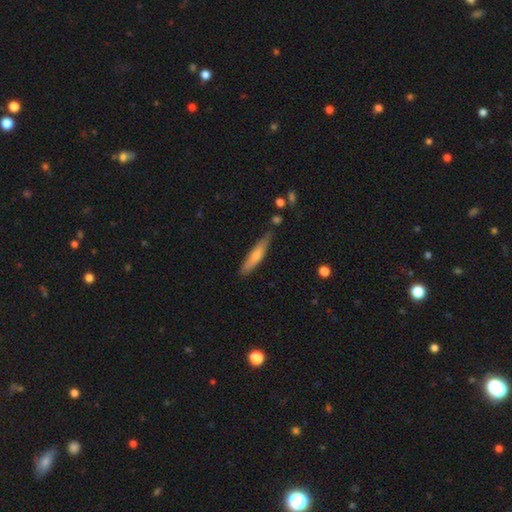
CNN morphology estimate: A smooth galaxy with no disk features (67%) that is cigar-shaped (84%).

Vote fractions:
- Smooth or featured? smooth: 67% / featured or disk: 27% / star or artifact: 5%
- How rounded? cigar-shaped: 84% / in between: 14% / round: 1%
- Merging? none: 72% / minor disturbance: 21% / major disturbance: 4% / merger: 3%